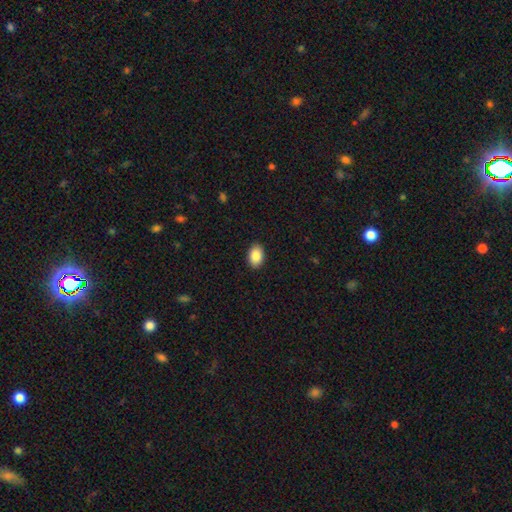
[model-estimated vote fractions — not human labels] Q: Smooth or featured?
A: smooth (89%); runner-up: star or artifact (7%)
Q: How rounded?
A: in between (88%); runner-up: round (11%)
Q: Merging?
A: none (90%); runner-up: minor disturbance (7%)